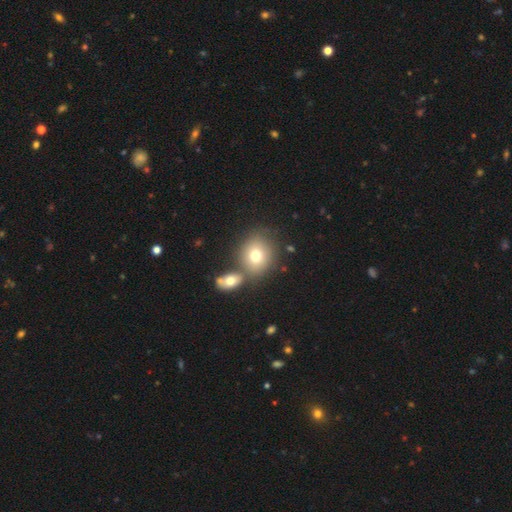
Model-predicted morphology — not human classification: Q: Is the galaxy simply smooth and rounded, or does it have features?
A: smooth — 74%.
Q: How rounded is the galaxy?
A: round — 71%.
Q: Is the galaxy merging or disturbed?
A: none — 57%.